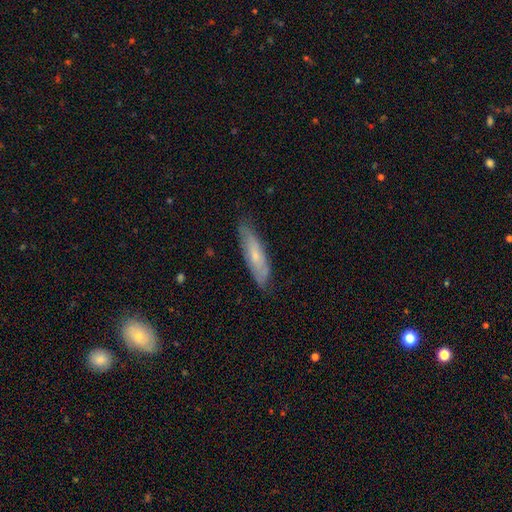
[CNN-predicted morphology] Q: Smooth or featured?
A: smooth (52%); runner-up: featured or disk (41%)
Q: How rounded?
A: cigar-shaped (69%); runner-up: in between (29%)
Q: Merging?
A: none (79%); runner-up: minor disturbance (17%)